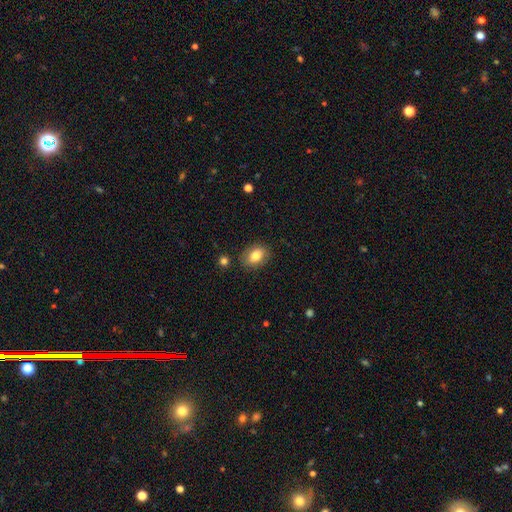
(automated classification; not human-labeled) smooth 80%, featured or disk 12%, star or artifact 8%. Down the decision tree: how rounded — in between (77%); merging — none (83%).